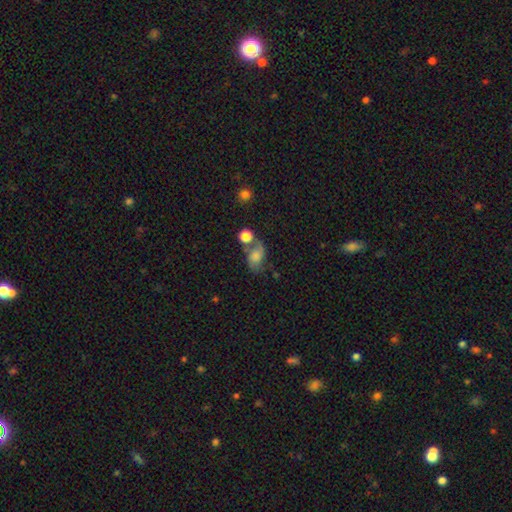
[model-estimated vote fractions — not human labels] Smooth or featured?
  - smooth: 51% *
  - featured or disk: 37%
  - star or artifact: 12%
How rounded?
  - in between: 70% *
  - round: 28%
  - cigar-shaped: 2%
Merging?
  - none: 36% *
  - merger: 27%
  - minor disturbance: 22%
  - major disturbance: 16%